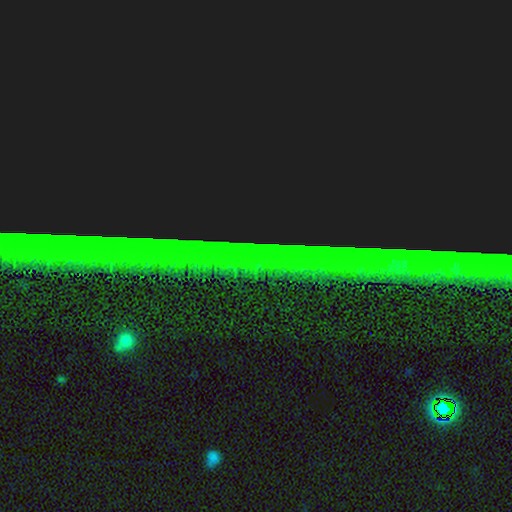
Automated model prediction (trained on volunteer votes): Overall: star or artifact (87%).